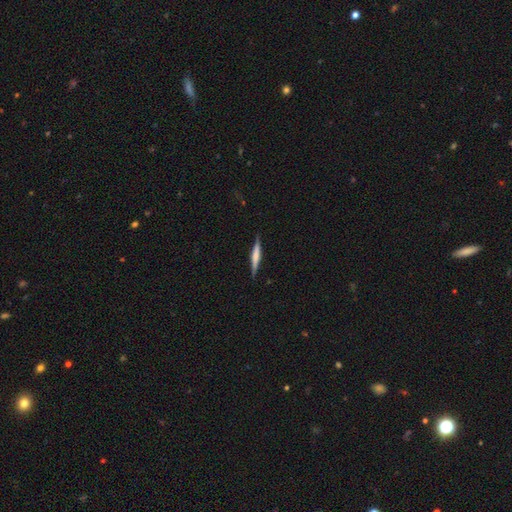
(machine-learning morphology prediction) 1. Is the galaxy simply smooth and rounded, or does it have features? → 51% featured or disk, 44% smooth, 6% star or artifact.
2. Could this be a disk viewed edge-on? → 97% yes, 3% no.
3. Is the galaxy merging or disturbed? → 89% none, 9% minor disturbance, 2% major disturbance, 1% merger.